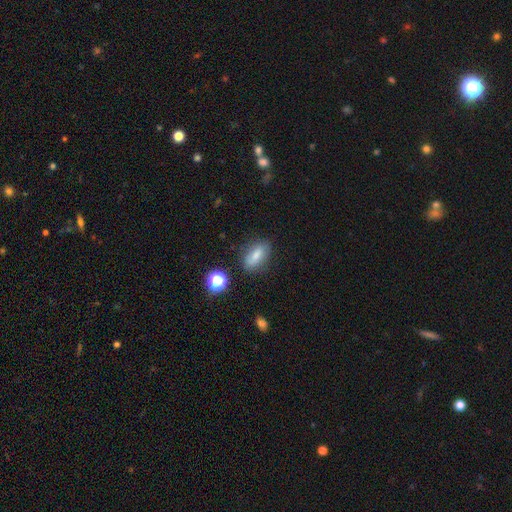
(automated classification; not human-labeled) Morphology: type=smooth (76%); roundness=in between (81%); merging=none (78%).